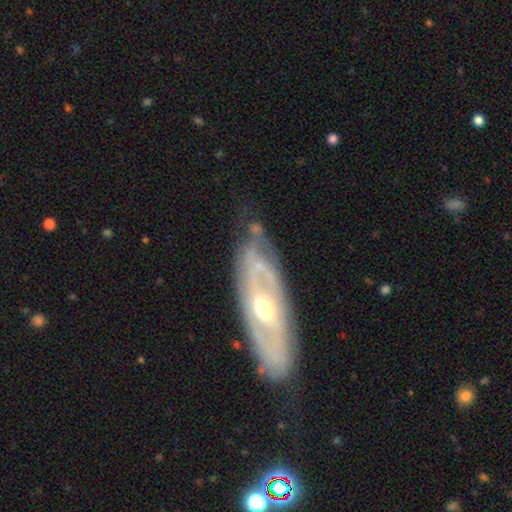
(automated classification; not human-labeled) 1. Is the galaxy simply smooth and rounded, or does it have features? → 80% featured or disk, 15% smooth, 5% star or artifact.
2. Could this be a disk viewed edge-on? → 81% no, 19% yes.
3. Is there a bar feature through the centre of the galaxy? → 61% no, 27% weak, 13% strong.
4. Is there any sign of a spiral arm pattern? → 67% yes, 33% no.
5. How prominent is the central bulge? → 71% moderate, 21% small, 6% large, 1% dominant, 1% none.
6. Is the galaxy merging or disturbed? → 70% none, 21% minor disturbance, 7% major disturbance, 2% merger.